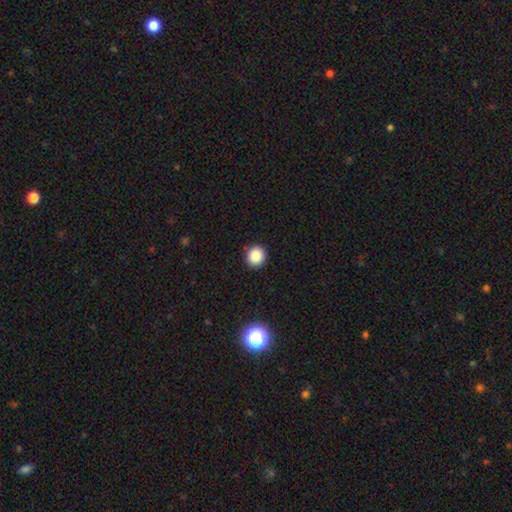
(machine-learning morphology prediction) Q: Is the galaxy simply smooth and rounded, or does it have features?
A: smooth — 87%.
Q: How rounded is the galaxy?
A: round — 91%.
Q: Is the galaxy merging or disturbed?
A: none — 92%.